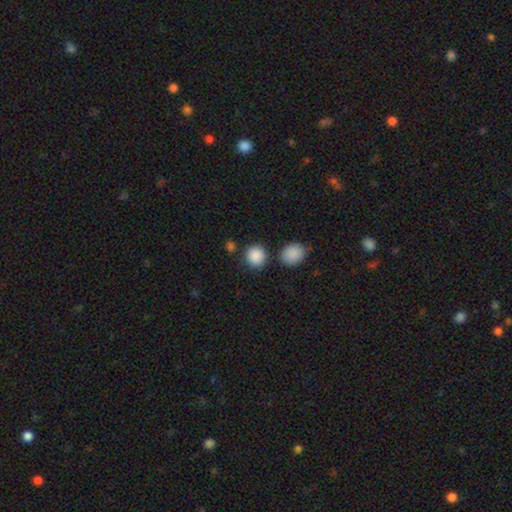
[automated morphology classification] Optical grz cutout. It shows a smooth galaxy with no disk features (88%) that is round (87%). Merging: none (78%).